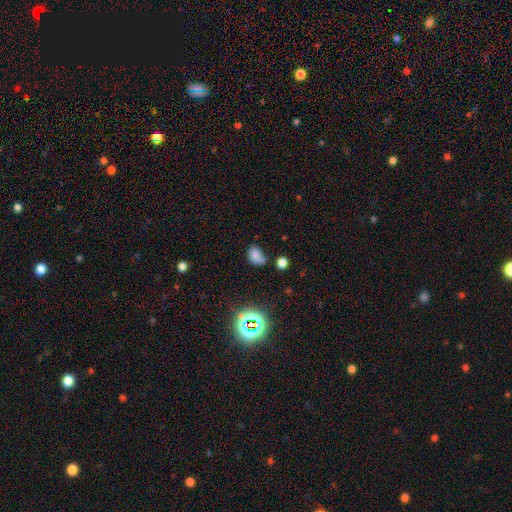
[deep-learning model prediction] A smooth galaxy with no disk features (69%) that is in between round and cigar-shaped (72%).

Vote fractions:
- Smooth or featured? smooth: 69% / star or artifact: 20% / featured or disk: 11%
- How rounded? in between: 72% / round: 27% / cigar-shaped: 1%
- Merging? none: 46% / minor disturbance: 28% / merger: 16% / major disturbance: 10%